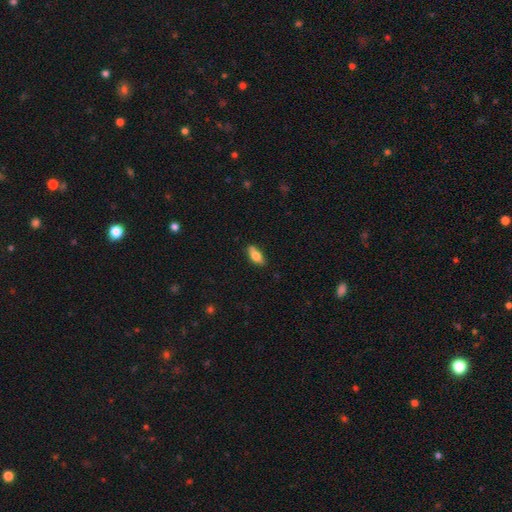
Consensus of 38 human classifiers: smooth_or_featured: smooth (p=0.76) [alt: featured or disk p=0.16]
how_rounded: in between (p=0.90) [alt: cigar-shaped p=0.07]
merging: none (p=0.83) [alt: minor disturbance p=0.14]